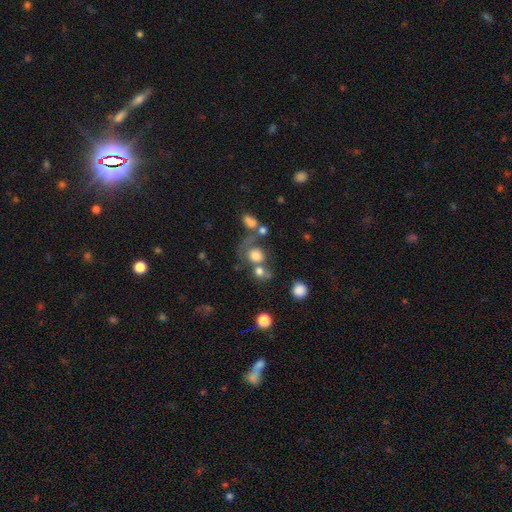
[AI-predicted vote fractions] The model was most divided on "merging": none: 40%, merger: 37%, major disturbance: 12%, minor disturbance: 12%. More confident: how rounded — round (80%); smooth or featured — smooth (71%).